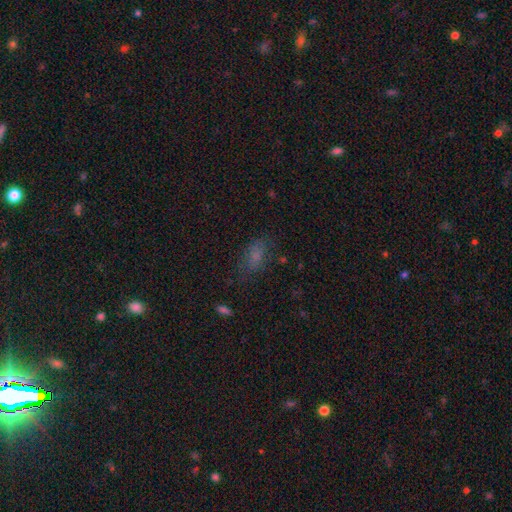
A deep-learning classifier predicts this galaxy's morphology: This appears to be a smooth galaxy with no disk features (68%) that is in between round and cigar-shaped (84%). Merging: none (66%).